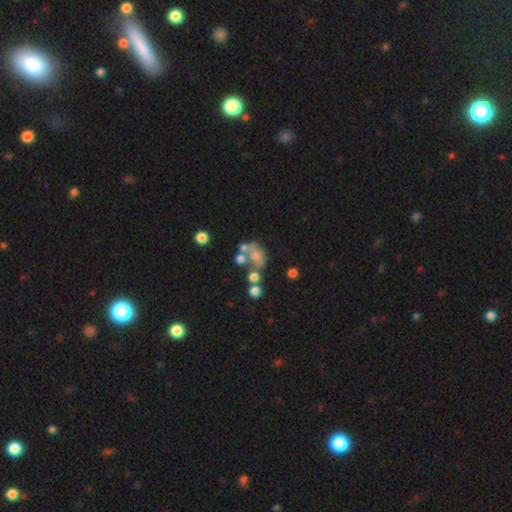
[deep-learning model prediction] smooth 49%, featured or disk 36%, star or artifact 16%. Down the decision tree: merging — merger (41%).